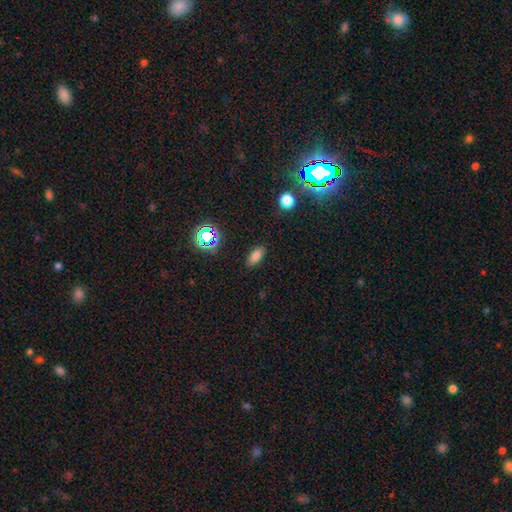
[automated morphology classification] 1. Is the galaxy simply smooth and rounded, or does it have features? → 77% smooth, 16% star or artifact, 7% featured or disk.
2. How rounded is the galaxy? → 86% in between, 9% cigar-shaped, 5% round.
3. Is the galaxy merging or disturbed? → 87% none, 9% minor disturbance, 3% major disturbance, 1% merger.